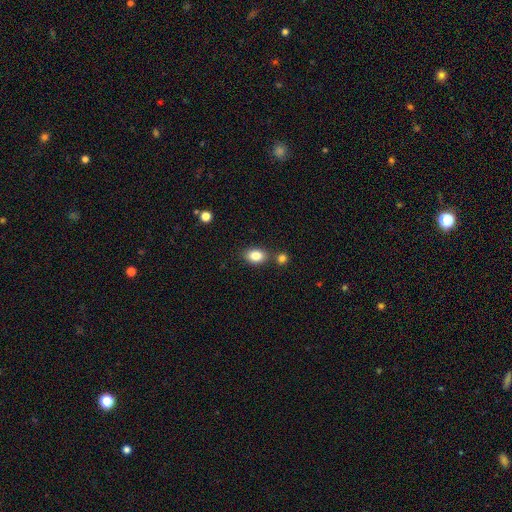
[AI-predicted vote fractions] Q: Smooth or featured?
A: smooth (84%); runner-up: star or artifact (8%)
Q: How rounded?
A: in between (82%); runner-up: round (17%)
Q: Merging?
A: none (74%); runner-up: merger (12%)